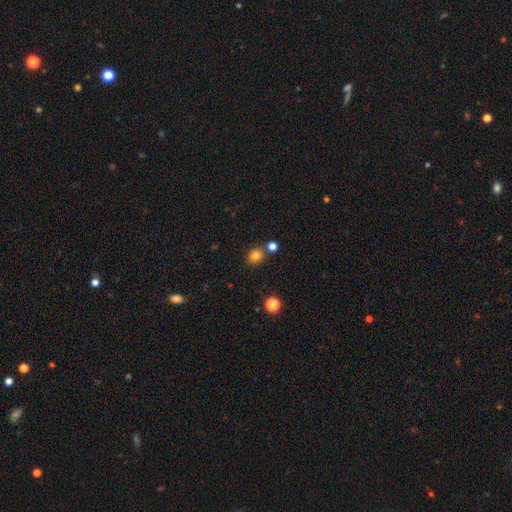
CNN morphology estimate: Q: Smooth or featured?
A: smooth (80%); runner-up: star or artifact (14%)
Q: How rounded?
A: round (71%); runner-up: in between (28%)
Q: Merging?
A: none (75%); runner-up: minor disturbance (11%)